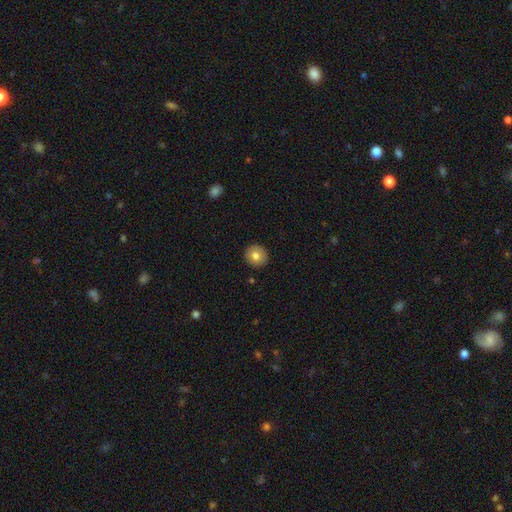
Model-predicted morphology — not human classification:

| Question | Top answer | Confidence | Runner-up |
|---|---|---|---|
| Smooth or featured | smooth | 79% | featured or disk (12%) |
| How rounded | round | 89% | in between (10%) |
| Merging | none | 90% | minor disturbance (7%) |